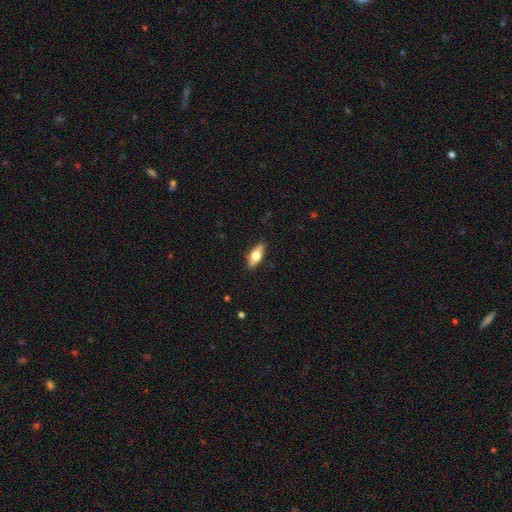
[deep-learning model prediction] This appears to be a smooth galaxy with no disk features (50%). Merging: none (87%).